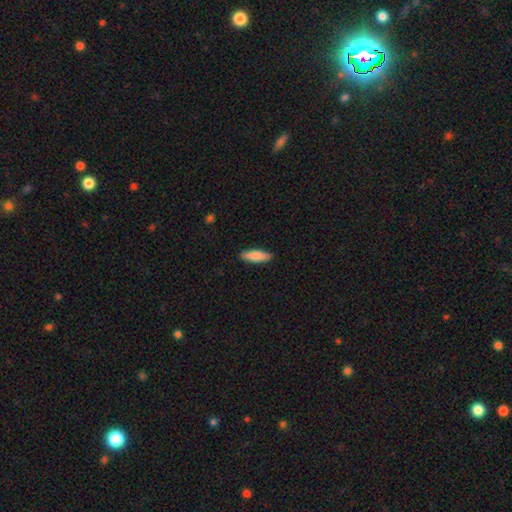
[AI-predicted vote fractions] smooth-or-featured: smooth: 84% | featured or disk: 11% | star or artifact: 5%
  how-rounded: cigar-shaped: 51% | in between: 47% | round: 2%
  merging: none: 90% | minor disturbance: 8% | major disturbance: 2% | merger: 1%